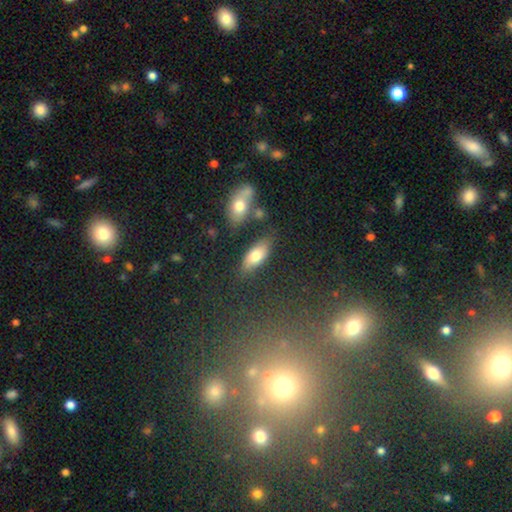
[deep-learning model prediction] Overall: smooth (74%). How rounded: in between (81%). Merging: none (76%).